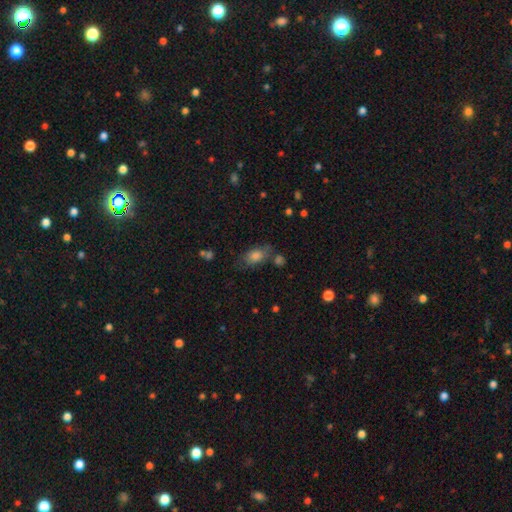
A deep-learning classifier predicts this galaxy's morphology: The model was most divided on "merging": none: 63%, minor disturbance: 19%, merger: 10%, major disturbance: 7%. More confident: how rounded — in between (82%); smooth or featured — smooth (73%).